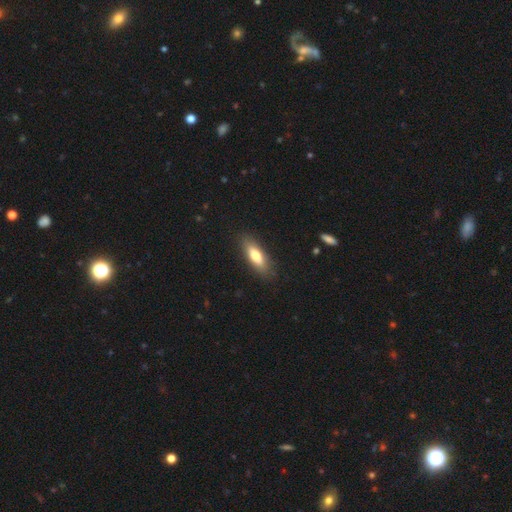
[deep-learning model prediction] Smooth or featured?
  - smooth: 71% *
  - featured or disk: 23%
  - star or artifact: 6%
How rounded?
  - in between: 58% *
  - cigar-shaped: 40%
  - round: 2%
Merging?
  - none: 85% *
  - minor disturbance: 11%
  - major disturbance: 3%
  - merger: 1%